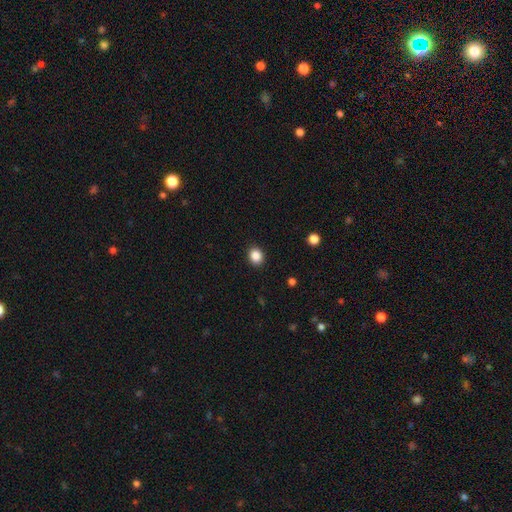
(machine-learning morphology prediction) A smooth galaxy with no disk features (87%) that is round (71%).

Vote fractions:
- Smooth or featured? smooth: 87% / star or artifact: 10% / featured or disk: 3%
- How rounded? round: 71% / in between: 28% / cigar-shaped: 1%
- Merging? none: 91% / minor disturbance: 6% / major disturbance: 2% / merger: 1%